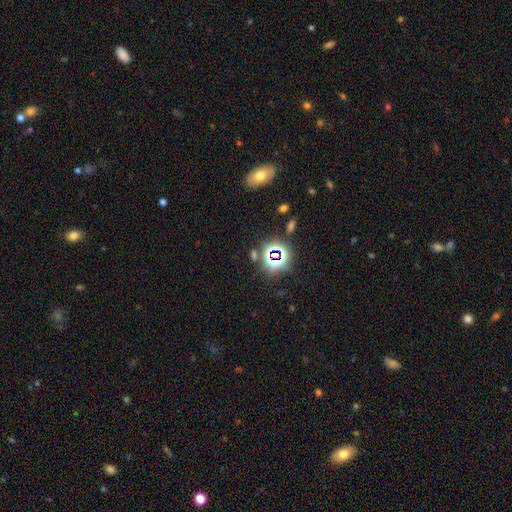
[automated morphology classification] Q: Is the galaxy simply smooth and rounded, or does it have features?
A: star or artifact — 71%.